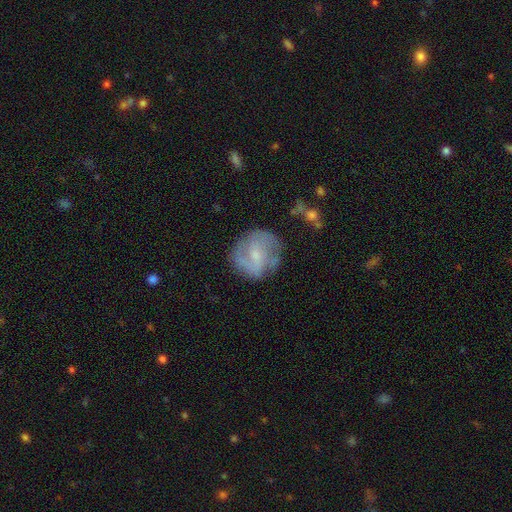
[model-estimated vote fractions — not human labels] Smooth or featured? Predicted: featured or disk (p=0.63). Edge-on disk? Predicted: no (p=0.97). Bar? Predicted: weak (p=0.48). Spiral arms? Predicted: yes (p=0.79). Bulge size? Predicted: small (p=0.52). Merging? Predicted: none (p=0.69).